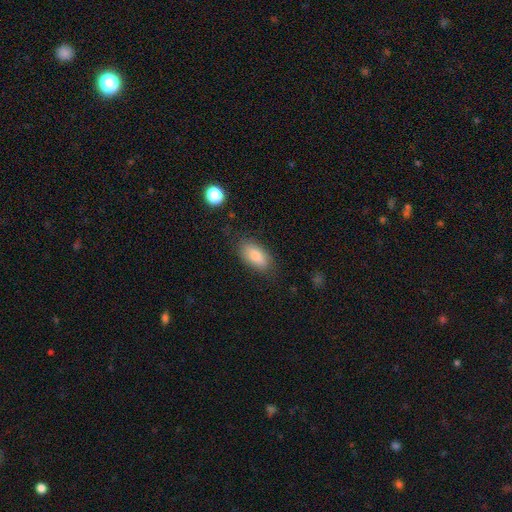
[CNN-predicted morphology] The model was most divided on "merging": none: 79%, minor disturbance: 15%, major disturbance: 4%, merger: 2%. More confident: how rounded — in between (89%); smooth or featured — smooth (87%).